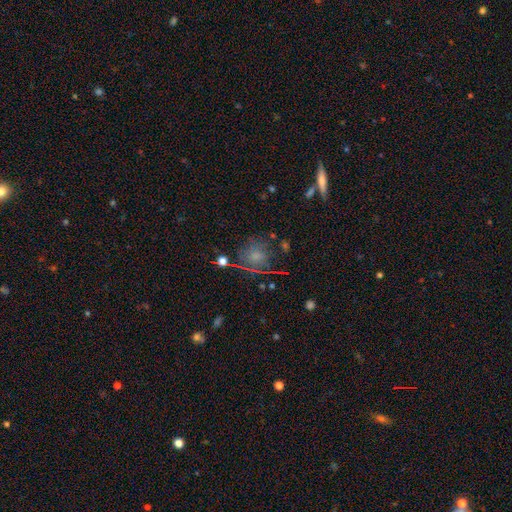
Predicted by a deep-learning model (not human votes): This appears to be a smooth galaxy with no disk features (60%) that is round (83%). Merging: none (63%).